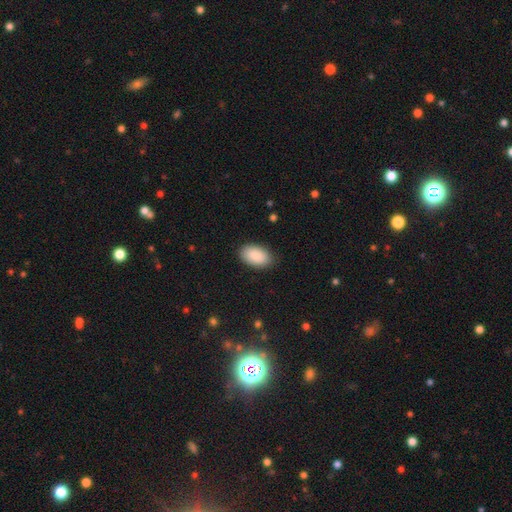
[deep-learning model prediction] The model was most divided on "merging": none: 87%, minor disturbance: 10%, major disturbance: 2%, merger: 1%. More confident: how rounded — in between (94%); smooth or featured — smooth (89%).